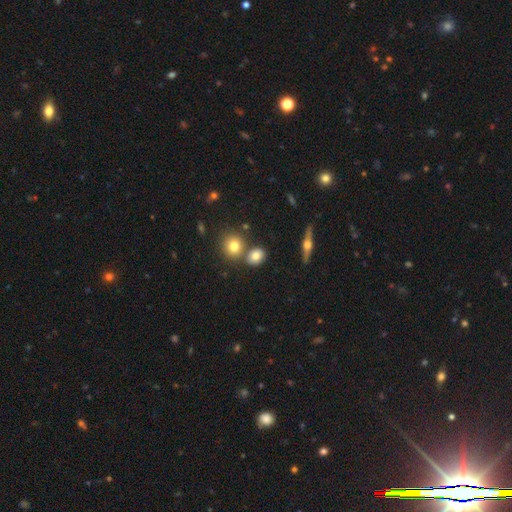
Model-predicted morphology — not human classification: Smooth or featured?
  - smooth: 75% *
  - featured or disk: 14%
  - star or artifact: 11%
How rounded?
  - round: 56% *
  - in between: 41%
  - cigar-shaped: 3%
Merging?
  - none: 72% *
  - merger: 15%
  - minor disturbance: 10%
  - major disturbance: 3%